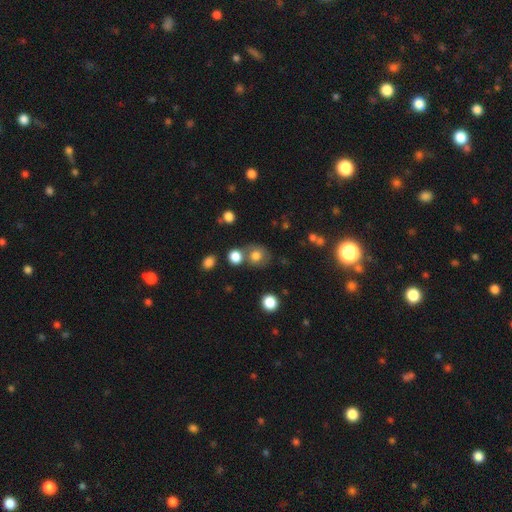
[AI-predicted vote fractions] A smooth galaxy with no disk features (75%) that is round (80%). Merging: none (63%).